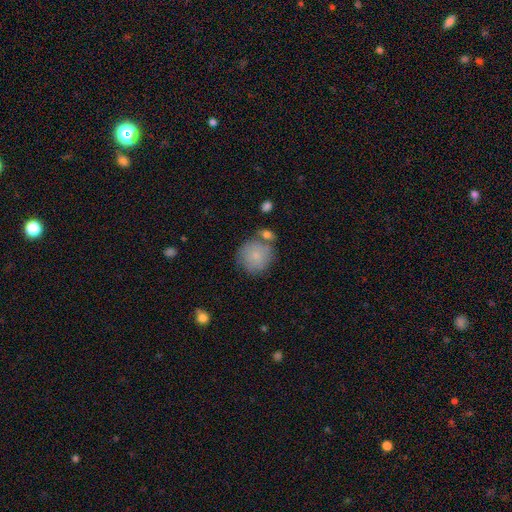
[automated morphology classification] A smooth galaxy with no disk features (81%) that is round (91%). Merging: none (62%).